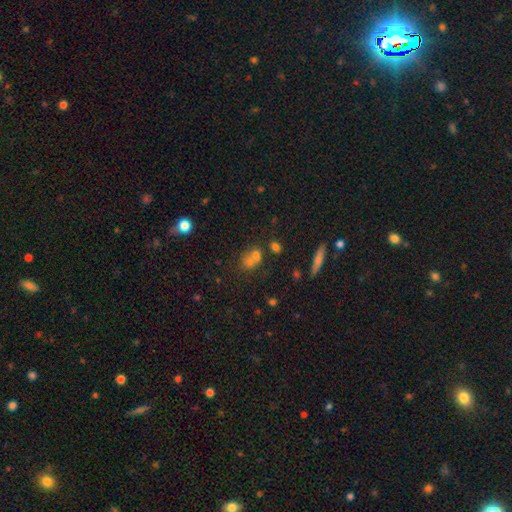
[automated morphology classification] This is likely a smooth galaxy (61%). How rounded: possibly round (52%). Merging: possibly merger (45%).